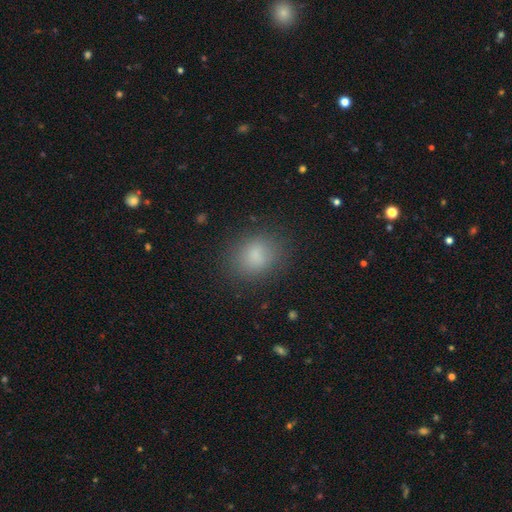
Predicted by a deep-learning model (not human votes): The model was most divided on "how rounded": round: 57%, in between: 42%, cigar-shaped: 1%. More confident: merging — none (83%); smooth or featured — smooth (82%).